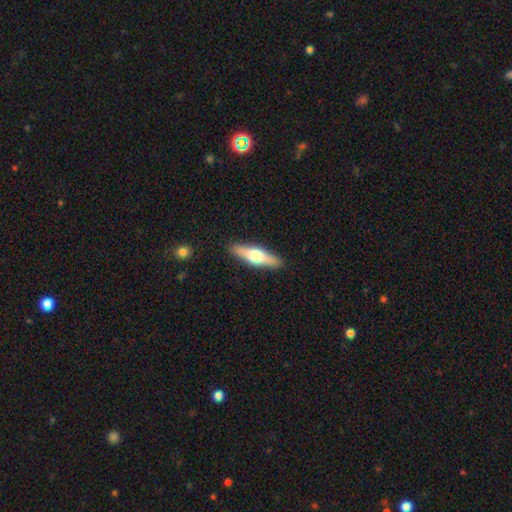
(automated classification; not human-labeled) This appears to be a featured or disk galaxy (49%). Merging: none (90%).